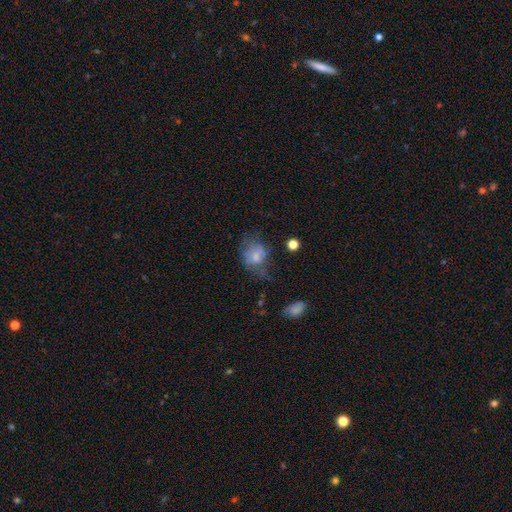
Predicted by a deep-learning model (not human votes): smooth_or_featured: smooth (p=0.59) [alt: featured or disk p=0.30]
how_rounded: in between (p=0.55) [alt: round p=0.44]
merging: major disturbance (p=0.36) [alt: none p=0.31]